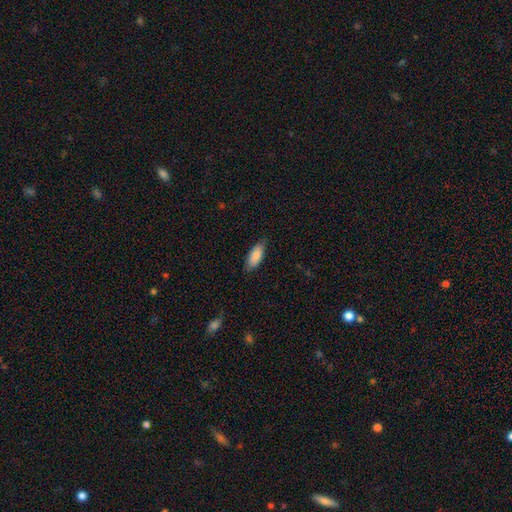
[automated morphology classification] A smooth galaxy with no disk features (86%) that is in between round and cigar-shaped (81%).

Vote fractions:
- Smooth or featured? smooth: 86% / featured or disk: 8% / star or artifact: 6%
- How rounded? in between: 81% / cigar-shaped: 17% / round: 2%
- Merging? none: 79% / minor disturbance: 18% / major disturbance: 3% / merger: 1%